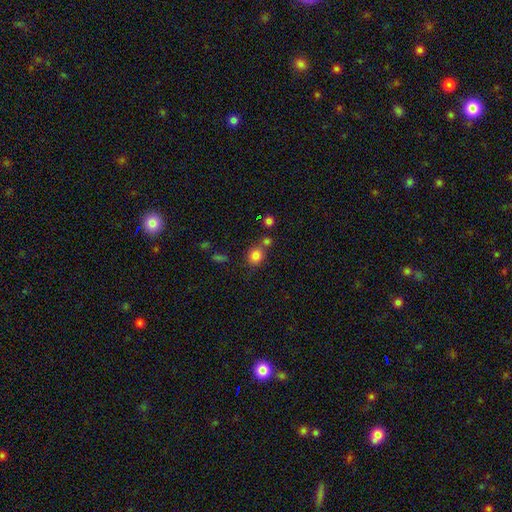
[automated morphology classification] The model was most divided on "merging": none: 63%, merger: 21%, minor disturbance: 12%, major disturbance: 4%. More confident: smooth or featured — smooth (82%); how rounded — round (75%).